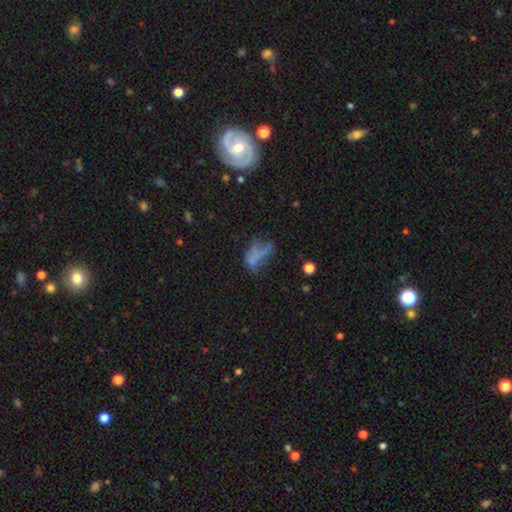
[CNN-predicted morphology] Smooth or featured?
  - smooth: 46% *
  - featured or disk: 33%
  - star or artifact: 22%
Merging?
  - major disturbance: 39% *
  - none: 30%
  - minor disturbance: 20%
  - merger: 11%